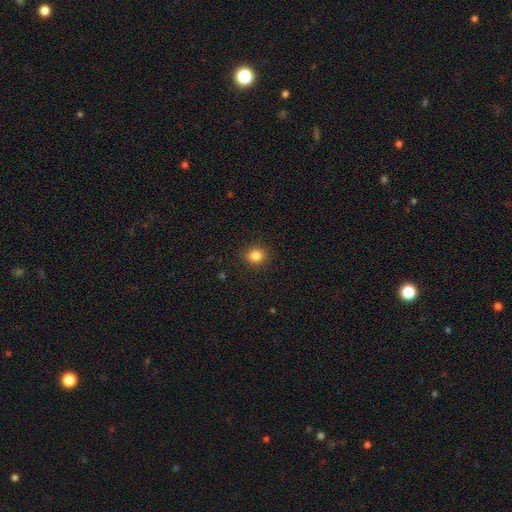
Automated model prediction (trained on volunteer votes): smooth-or-featured: smooth: 84% | star or artifact: 11% | featured or disk: 5%
  how-rounded: round: 75% | in between: 24% | cigar-shaped: 1%
  merging: none: 90% | minor disturbance: 7% | major disturbance: 2% | merger: 1%